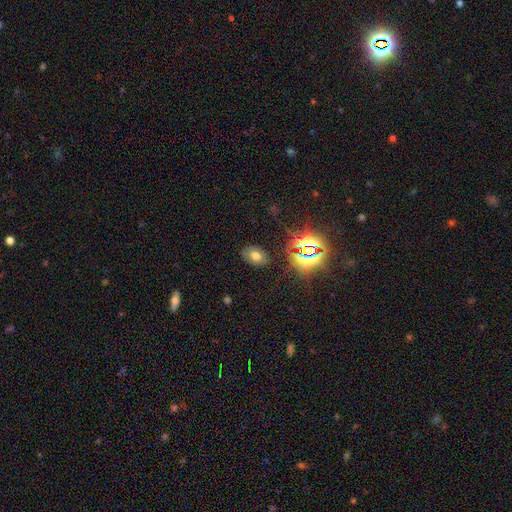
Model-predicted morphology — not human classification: This appears to be a smooth galaxy with no disk features (62%) that is in between round and cigar-shaped (80%). Merging: none (84%).